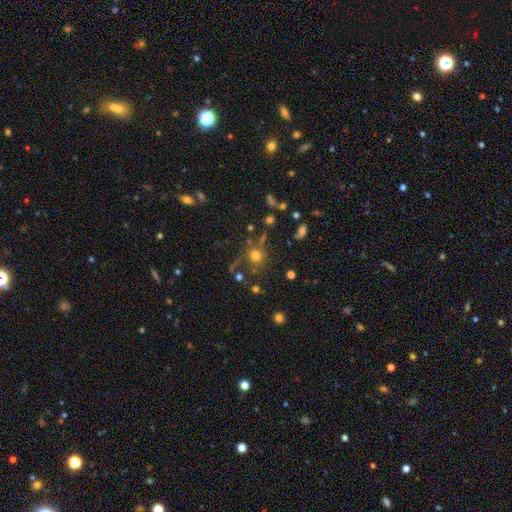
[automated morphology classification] Smooth or featured? Predicted: smooth (p=0.71). How rounded? Predicted: round (p=0.91). Merging? Predicted: none (p=0.70).